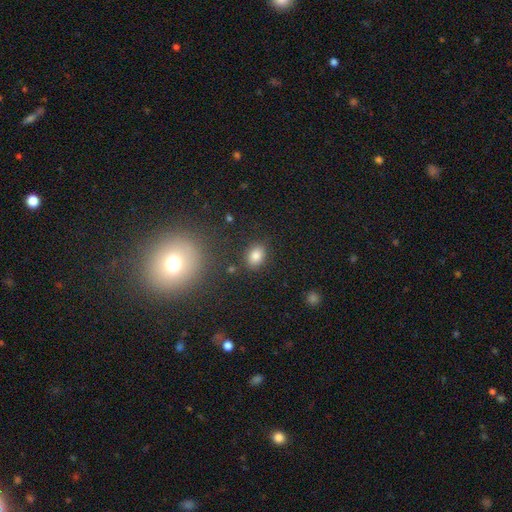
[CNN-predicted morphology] Smooth or featured?
  - smooth: 82% *
  - star or artifact: 11%
  - featured or disk: 6%
How rounded?
  - in between: 70% *
  - round: 29%
  - cigar-shaped: 1%
Merging?
  - none: 83% *
  - minor disturbance: 11%
  - major disturbance: 3%
  - merger: 3%